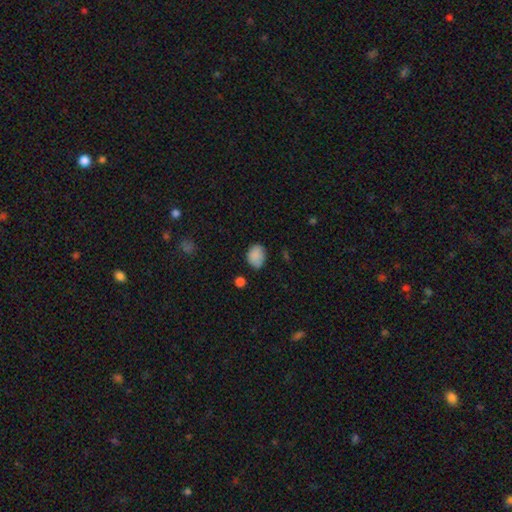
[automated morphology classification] Smooth or featured? smooth (87%)
How rounded? in between (64%)
Merging? none (72%)